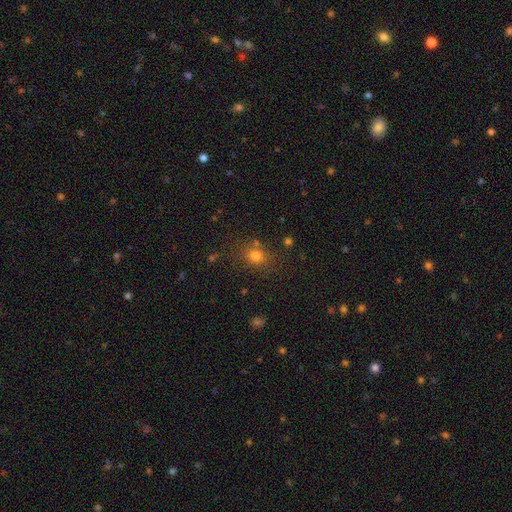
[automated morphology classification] smooth-or-featured: smooth: 76% | star or artifact: 17% | featured or disk: 8%
  how-rounded: round: 70% | in between: 29% | cigar-shaped: 1%
  merging: none: 76% | minor disturbance: 13% | merger: 7% | major disturbance: 5%